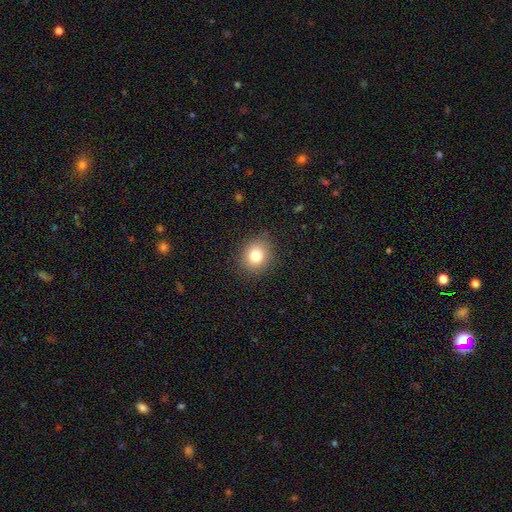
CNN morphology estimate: smooth-or-featured: smooth: 81% | star or artifact: 11% | featured or disk: 8%
  how-rounded: round: 75% | in between: 24% | cigar-shaped: 1%
  merging: none: 87% | minor disturbance: 9% | major disturbance: 3% | merger: 1%